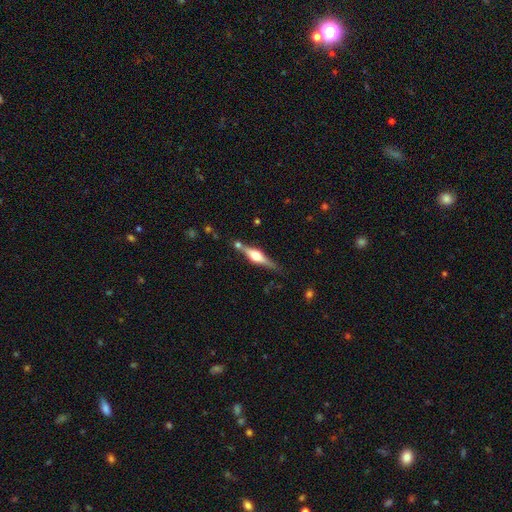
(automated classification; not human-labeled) This appears to be a featured or disk galaxy (72%) viewed edge-on (97%) with a rounded central bulge (91%). Merging: none (75%).